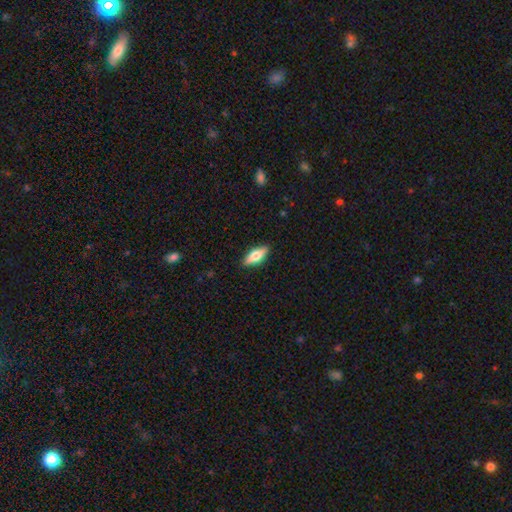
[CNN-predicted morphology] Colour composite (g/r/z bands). It shows a smooth galaxy with no disk features (56%) that is in between round and cigar-shaped (60%). Merging: none (89%).